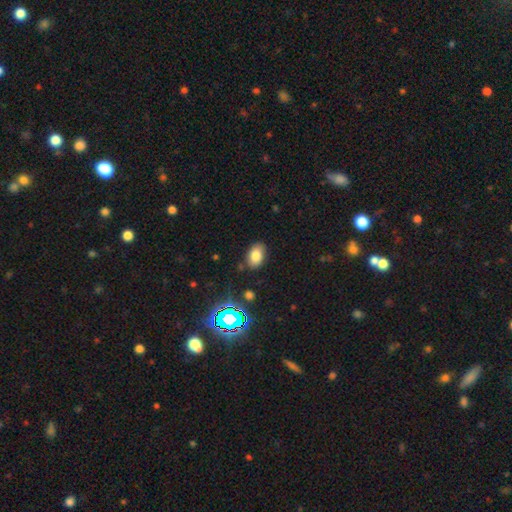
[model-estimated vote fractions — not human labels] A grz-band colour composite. It shows a smooth galaxy with no disk features (77%) that is in between round and cigar-shaped (87%). Merging: none (82%).